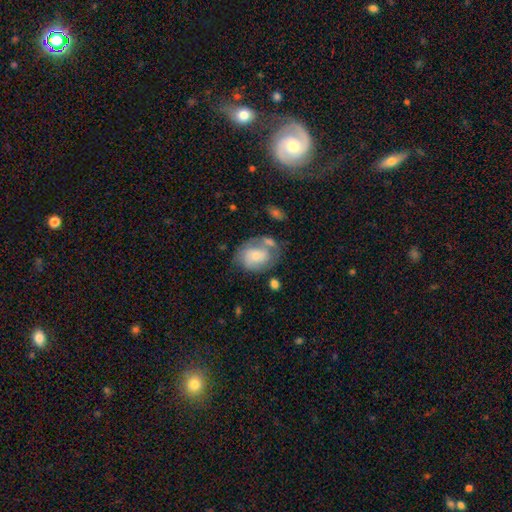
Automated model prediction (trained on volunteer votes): This appears to be a smooth galaxy with no disk features (49%). Merging: none (41%).